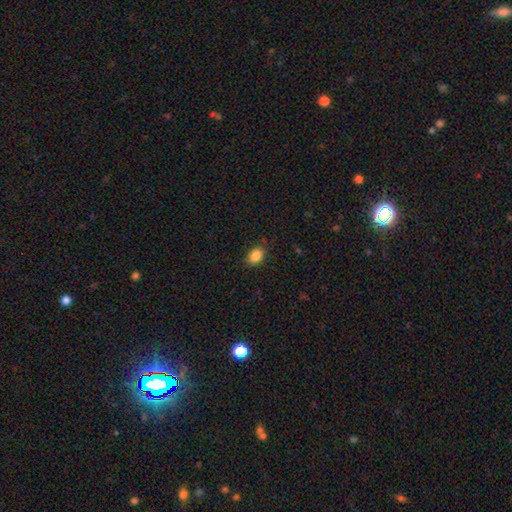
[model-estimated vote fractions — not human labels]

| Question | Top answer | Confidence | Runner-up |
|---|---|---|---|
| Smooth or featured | smooth | 87% | star or artifact (9%) |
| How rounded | in between | 77% | round (22%) |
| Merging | none | 82% | minor disturbance (14%) |